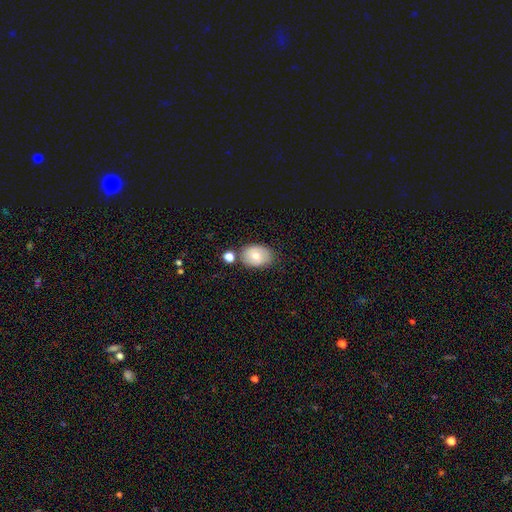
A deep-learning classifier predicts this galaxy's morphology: The model was most divided on "smooth or featured": smooth: 69%, featured or disk: 23%, star or artifact: 8%. More confident: how rounded — in between (74%); merging — none (68%).